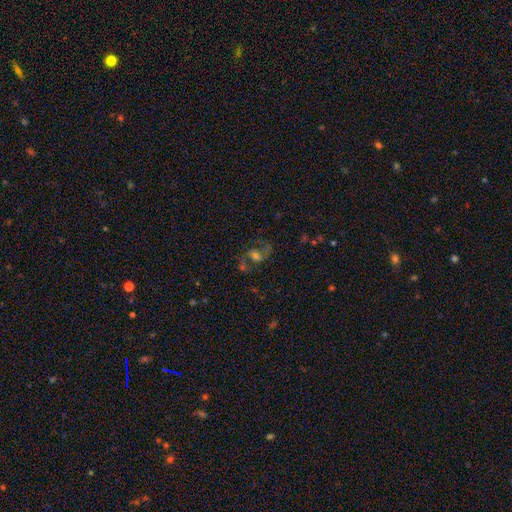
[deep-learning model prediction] The model was most divided on "spiral winding": loose: 47%, medium: 43%, tight: 10%. More confident: edge-on disk — no (97%); spiral arms — yes (87%); spiral arm count — 2 (85%); smooth or featured — featured or disk (67%); bar — no (53%); bulge size — moderate (53%); merging — none (52%).